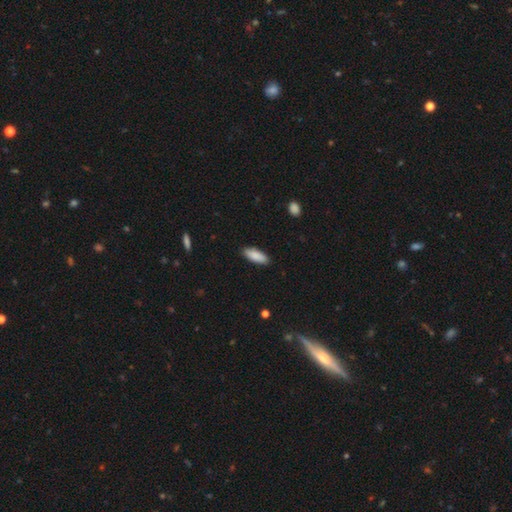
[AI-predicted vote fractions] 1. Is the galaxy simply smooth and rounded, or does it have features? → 89% smooth, 6% star or artifact, 5% featured or disk.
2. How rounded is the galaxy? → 70% in between, 28% cigar-shaped, 2% round.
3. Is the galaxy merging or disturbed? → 89% none, 9% minor disturbance, 2% major disturbance, 1% merger.